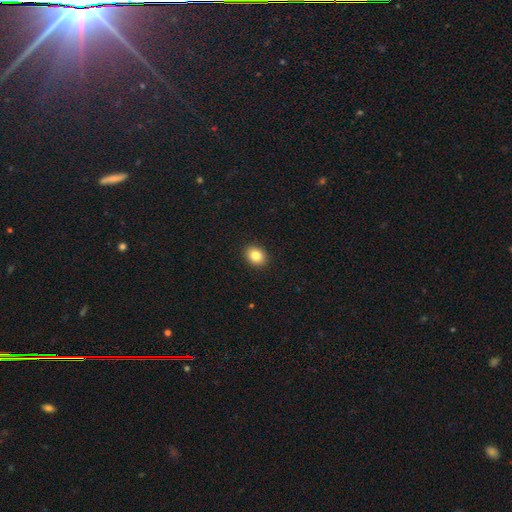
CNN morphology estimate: The model was most divided on "how rounded": in between: 57%, round: 42%, cigar-shaped: 1%. More confident: merging — none (91%); smooth or featured — smooth (84%).